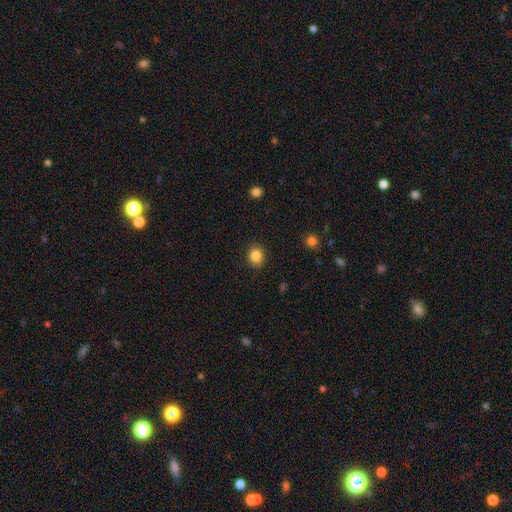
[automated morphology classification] smooth_or_featured: smooth (p=0.84) [alt: star or artifact p=0.10]
how_rounded: round (p=0.62) [alt: in between p=0.37]
merging: none (p=0.89) [alt: minor disturbance p=0.08]